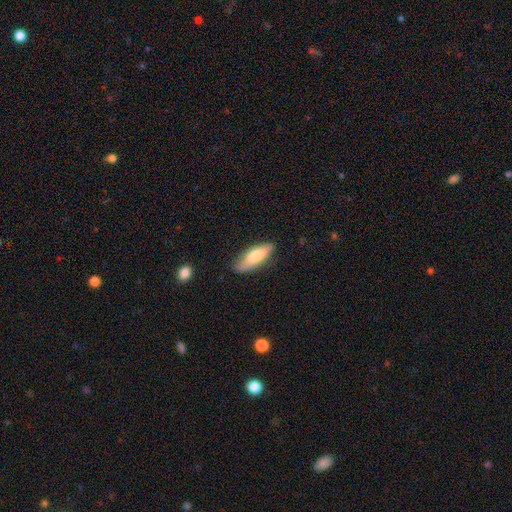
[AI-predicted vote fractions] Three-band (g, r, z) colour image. It shows a smooth galaxy with no disk features (74%) that is in between round and cigar-shaped (58%). Merging: none (76%).